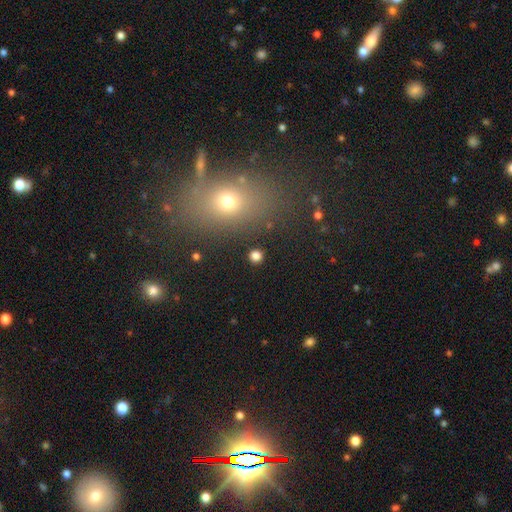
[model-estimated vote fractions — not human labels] smooth 80%, star or artifact 15%, featured or disk 5%. Down the decision tree: how rounded — round (90%); merging — none (90%).